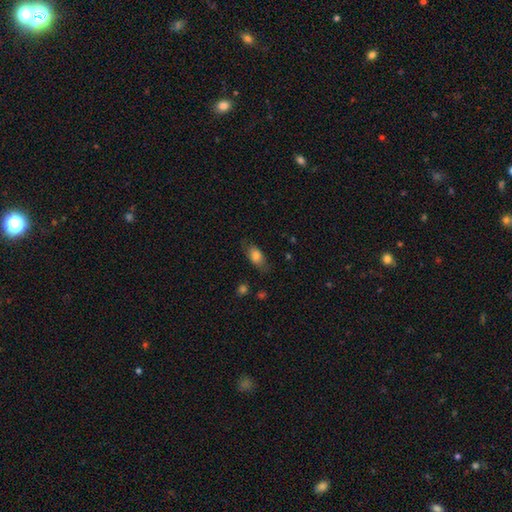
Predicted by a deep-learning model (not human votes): Smooth or featured? smooth (77%)
How rounded? in between (85%)
Merging? none (72%)